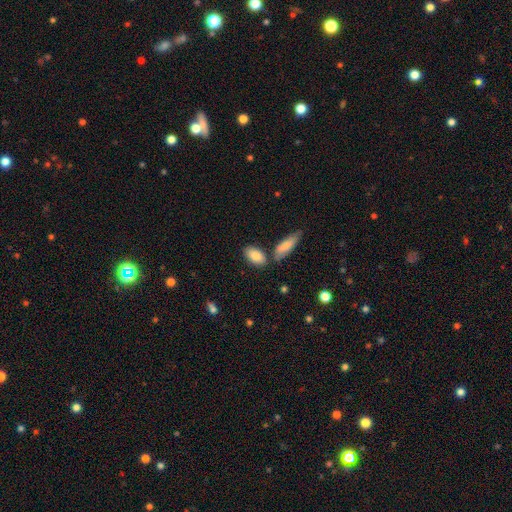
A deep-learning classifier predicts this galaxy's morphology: type=smooth (84%); roundness=in between (90%); merging=none (69%).